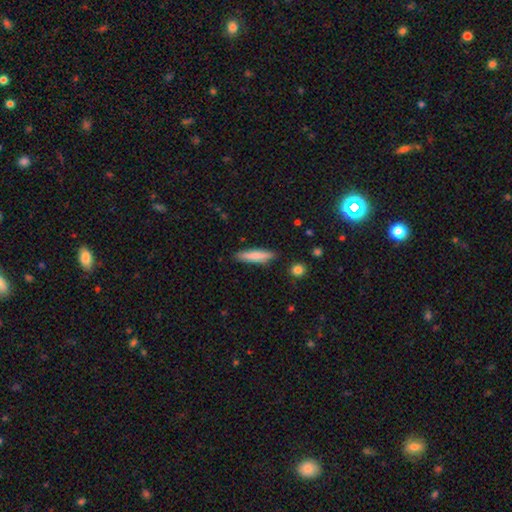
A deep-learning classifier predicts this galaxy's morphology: This appears to be a smooth galaxy with no disk features (77%) that is cigar-shaped (81%). Merging: none (86%).